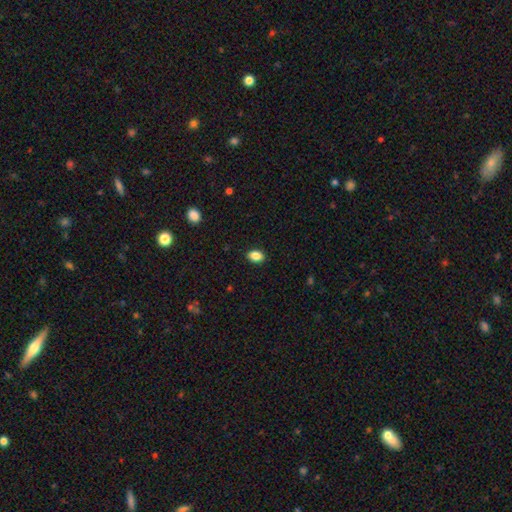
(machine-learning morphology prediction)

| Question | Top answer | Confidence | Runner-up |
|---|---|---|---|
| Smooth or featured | smooth | 87% | star or artifact (9%) |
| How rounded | in between | 79% | round (20%) |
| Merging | none | 90% | minor disturbance (8%) |